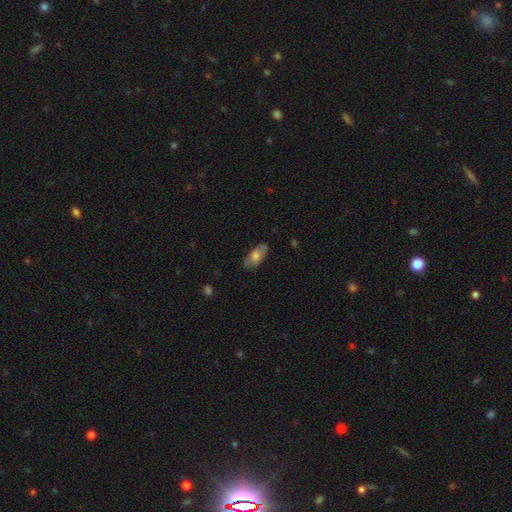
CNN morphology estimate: type=smooth (65%); roundness=in between (90%); merging=none (79%).